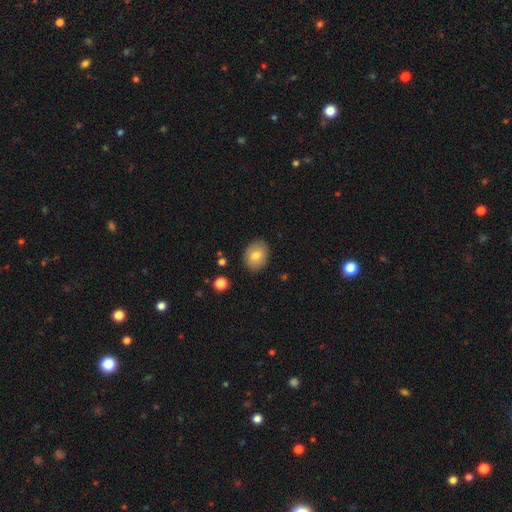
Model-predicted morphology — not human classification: This appears to be a smooth galaxy with no disk features (79%) that is in between round and cigar-shaped (65%). Merging: none (86%).